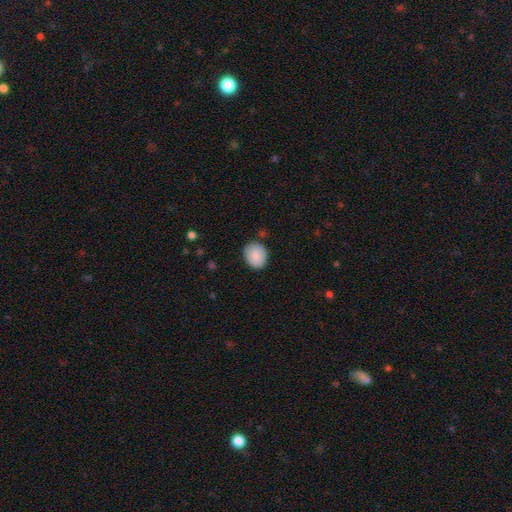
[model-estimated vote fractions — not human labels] Smooth or featured? Predicted: smooth (p=0.88). How rounded? Predicted: round (p=0.61). Merging? Predicted: none (p=0.81).